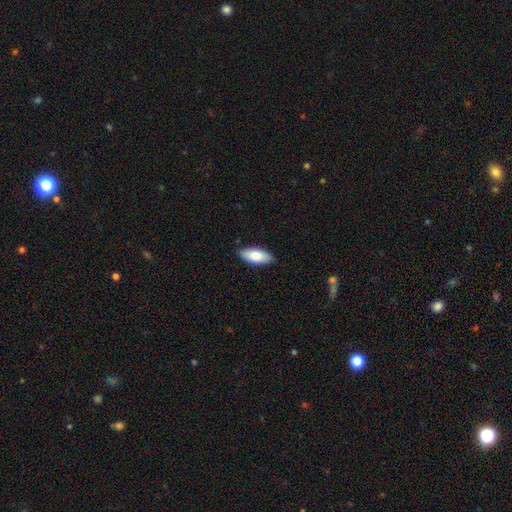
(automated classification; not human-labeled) The model was most divided on "smooth or featured": smooth: 79%, featured or disk: 15%, star or artifact: 6%. More confident: merging — none (86%); how rounded — in between (86%).